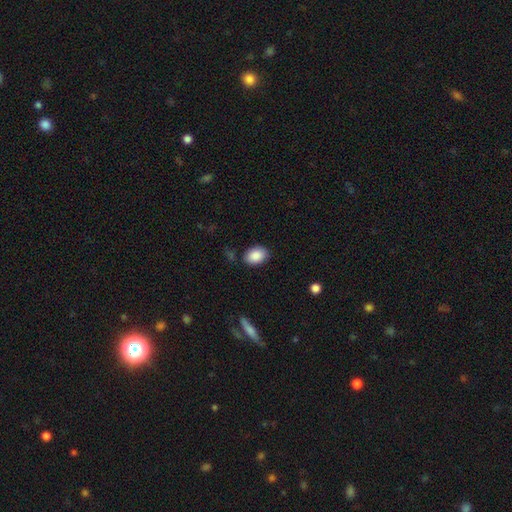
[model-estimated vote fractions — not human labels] Smooth or featured? Predicted: smooth (p=0.89). How rounded? Predicted: in between (p=0.83). Merging? Predicted: none (p=0.85).